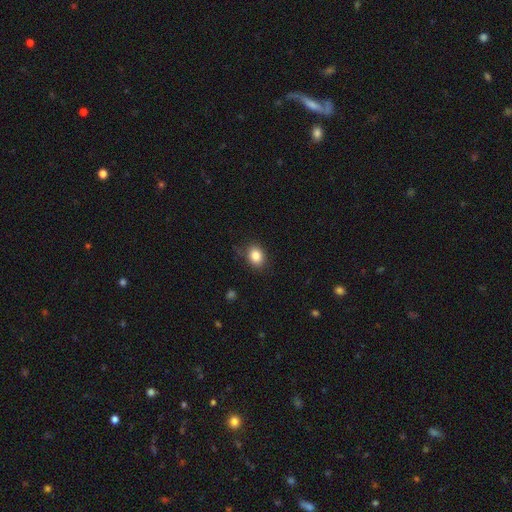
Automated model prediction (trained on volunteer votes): This is clearly a smooth galaxy (85%). How rounded: possibly in between (55%). Merging: clearly none (81%).